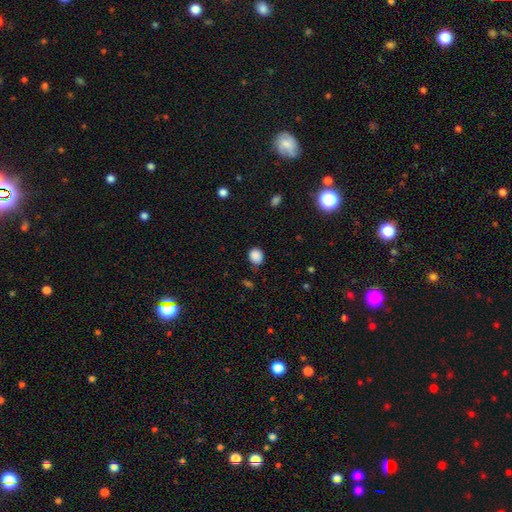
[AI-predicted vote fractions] Smooth or featured? Predicted: smooth (p=0.87). How rounded? Predicted: round (p=0.63). Merging? Predicted: none (p=0.75).